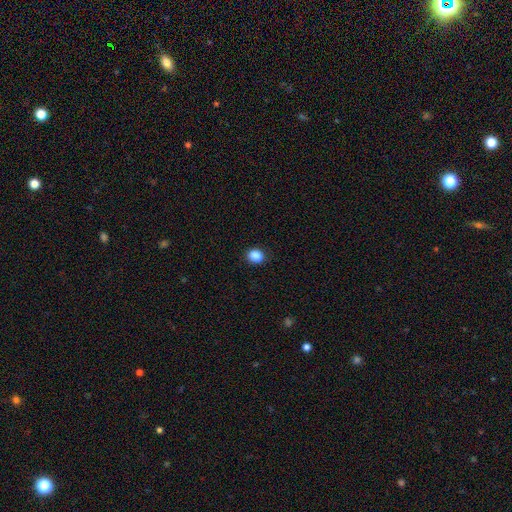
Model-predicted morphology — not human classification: smooth-or-featured: smooth: 88% | star or artifact: 9% | featured or disk: 3%
  how-rounded: round: 51% | in between: 48% | cigar-shaped: 1%
  merging: none: 88% | minor disturbance: 9% | major disturbance: 2% | merger: 1%